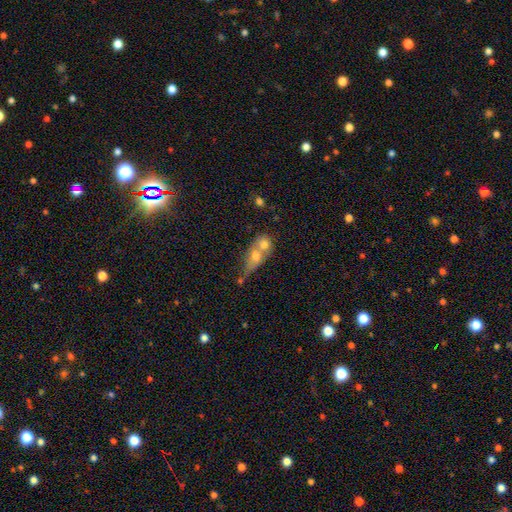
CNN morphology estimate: Q: Smooth or featured?
A: smooth (61%); runner-up: featured or disk (28%)
Q: How rounded?
A: in between (50%); runner-up: round (41%)
Q: Merging?
A: merger (67%); runner-up: none (19%)